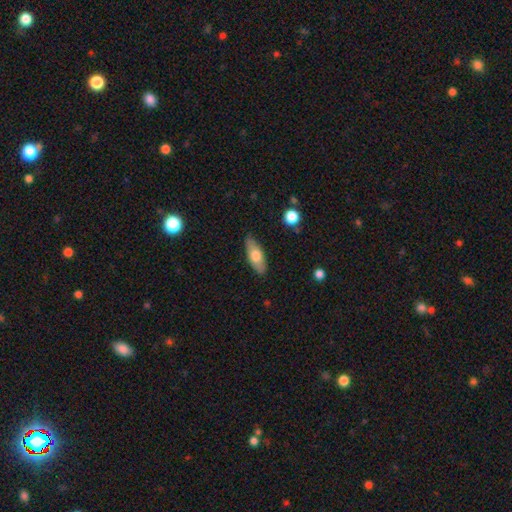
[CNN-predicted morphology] The model was most divided on "smooth or featured": smooth: 66%, featured or disk: 28%, star or artifact: 6%. More confident: merging — none (84%); how rounded — in between (76%).